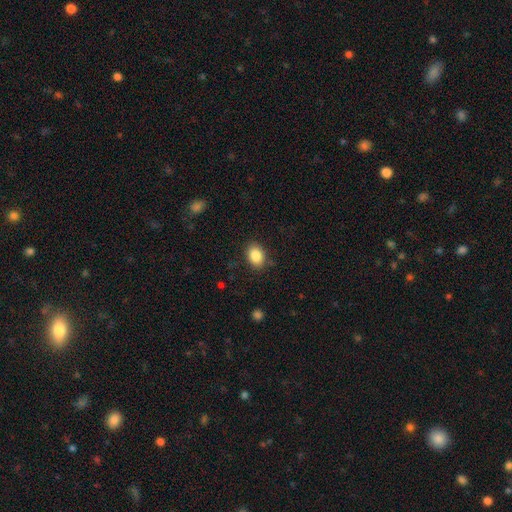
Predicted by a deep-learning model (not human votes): Smooth or featured? smooth (87%)
How rounded? in between (68%)
Merging? none (85%)